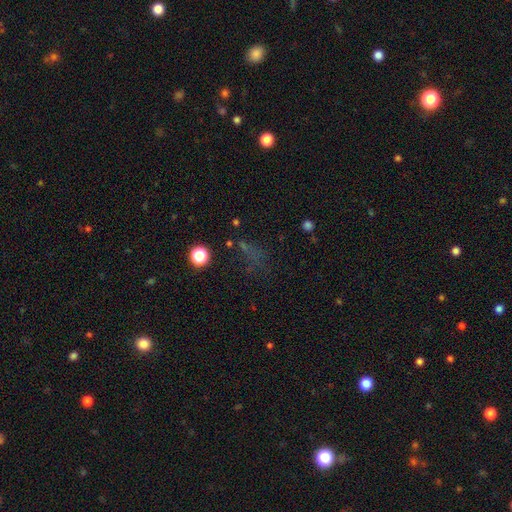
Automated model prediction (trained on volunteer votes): Smooth or featured? Predicted: star or artifact (p=0.51).